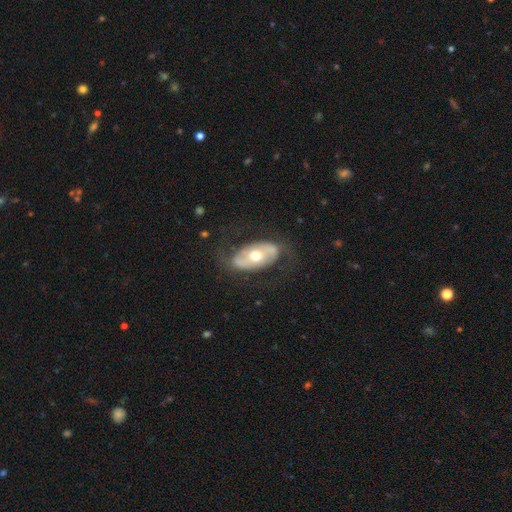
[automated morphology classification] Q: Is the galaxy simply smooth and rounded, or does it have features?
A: featured or disk — 64%.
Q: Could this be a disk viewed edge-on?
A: no — 91%.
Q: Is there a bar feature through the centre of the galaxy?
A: no — 64%.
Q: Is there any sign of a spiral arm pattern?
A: yes — 51%.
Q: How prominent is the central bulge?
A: moderate — 74%.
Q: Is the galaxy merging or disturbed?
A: none — 71%.